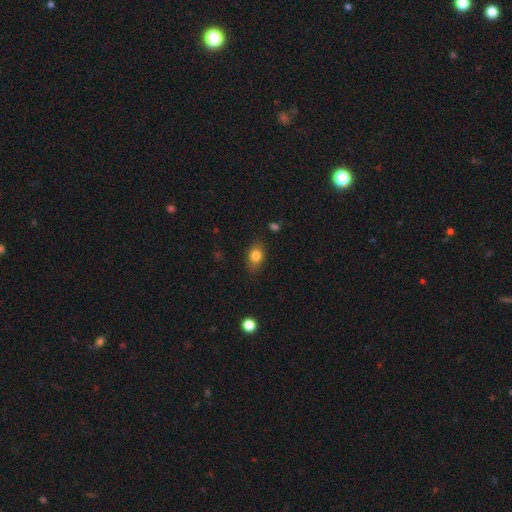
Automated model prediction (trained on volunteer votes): Q: Smooth or featured?
A: smooth (81%); runner-up: featured or disk (10%)
Q: How rounded?
A: in between (75%); runner-up: round (23%)
Q: Merging?
A: none (83%); runner-up: minor disturbance (13%)